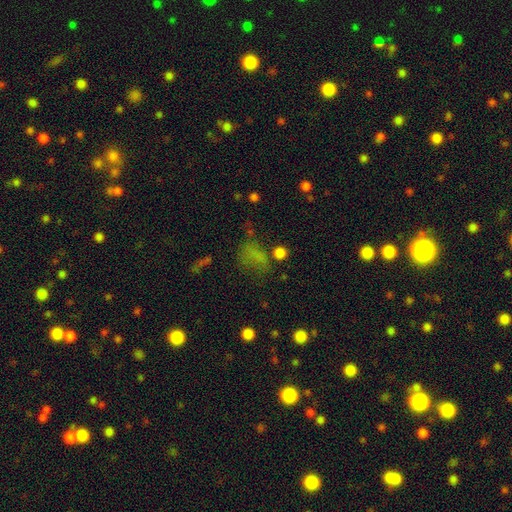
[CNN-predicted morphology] Smooth or featured? Predicted: smooth (p=0.60). How rounded? Predicted: in between (p=0.64). Merging? Predicted: none (p=0.44).